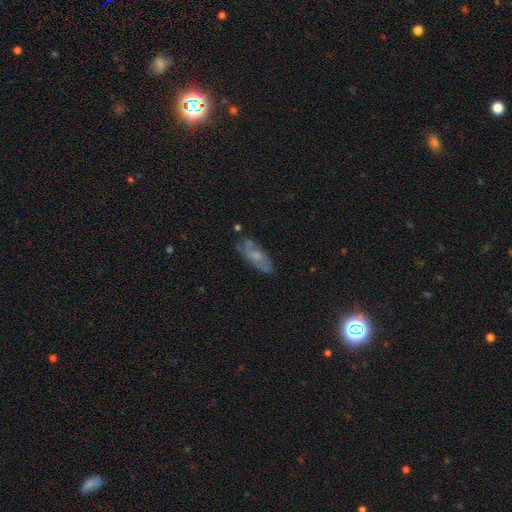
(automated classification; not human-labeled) smooth 46%, featured or disk 44%, star or artifact 9%. Down the decision tree: merging — none (66%).